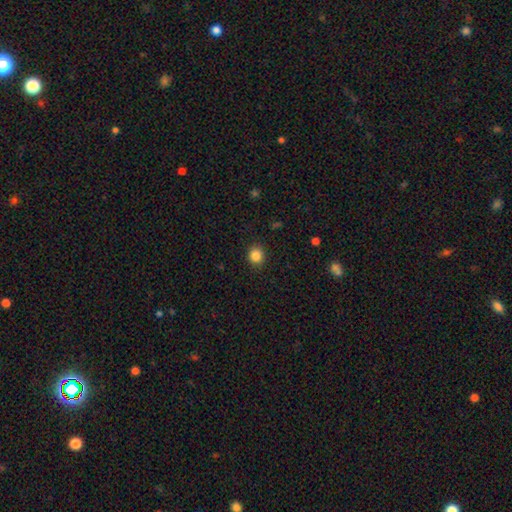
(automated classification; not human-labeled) Smooth or featured?
  - smooth: 85% *
  - star or artifact: 11%
  - featured or disk: 4%
How rounded?
  - round: 81% *
  - in between: 18%
  - cigar-shaped: 1%
Merging?
  - none: 91% *
  - minor disturbance: 6%
  - major disturbance: 2%
  - merger: 1%